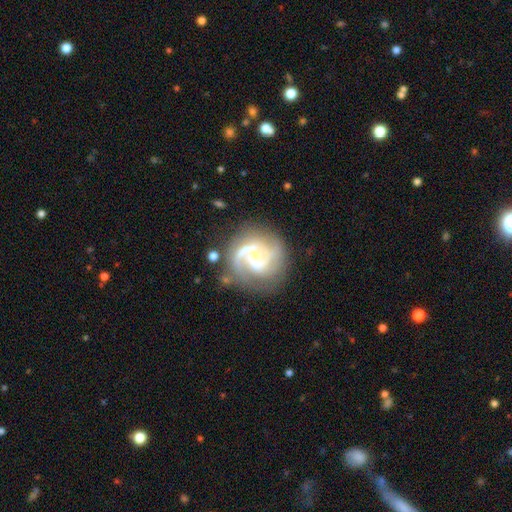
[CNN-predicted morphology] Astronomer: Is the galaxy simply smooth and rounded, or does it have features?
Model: featured or disk — 86%.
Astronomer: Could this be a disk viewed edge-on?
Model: no — 98%.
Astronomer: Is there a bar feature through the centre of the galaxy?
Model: no — 46% (runner-up: weak, 40%).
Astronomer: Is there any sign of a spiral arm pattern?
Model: yes — 97%.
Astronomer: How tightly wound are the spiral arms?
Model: medium — 45% (runner-up: tight, 42%).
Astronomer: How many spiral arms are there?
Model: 2 — 46% (runner-up: 3, 26%).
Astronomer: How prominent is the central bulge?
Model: none — 39% (runner-up: small, 35%).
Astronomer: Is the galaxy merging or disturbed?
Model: none — 69%.